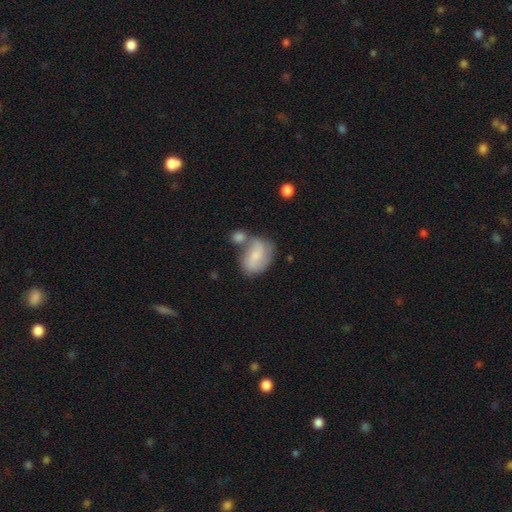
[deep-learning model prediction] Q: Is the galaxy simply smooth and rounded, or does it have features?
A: smooth — 50%.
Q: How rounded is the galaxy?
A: in between — 72%.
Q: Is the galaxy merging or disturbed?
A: merger — 36%, tied with none.